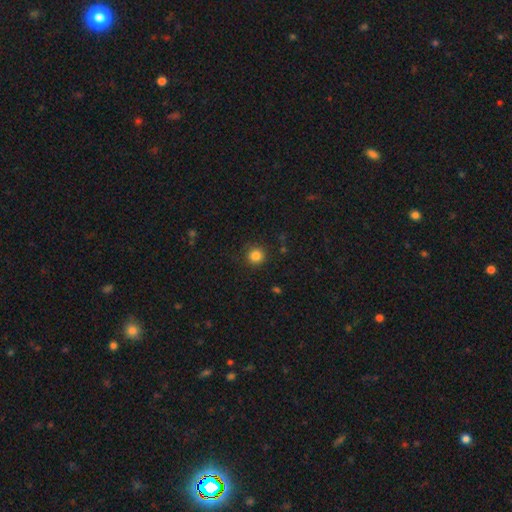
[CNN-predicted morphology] Overall: smooth (84%). How rounded: round (94%). Merging: none (88%).